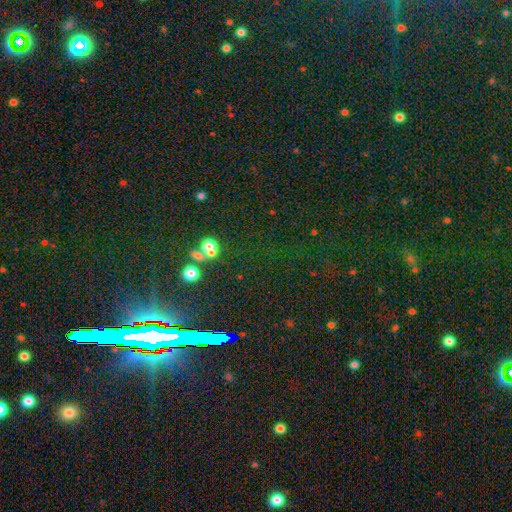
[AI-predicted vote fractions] smooth_or_featured: star or artifact (p=0.81) [alt: smooth p=0.11]